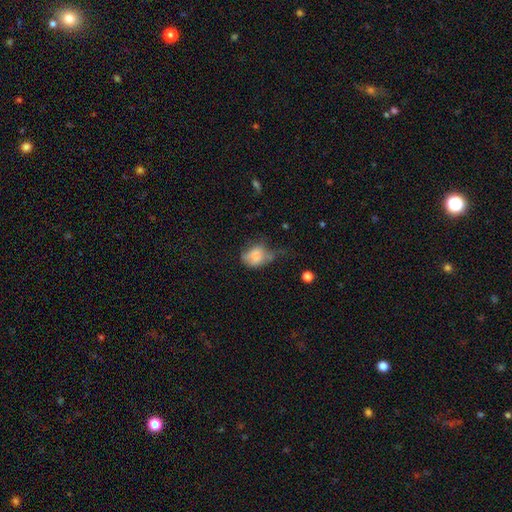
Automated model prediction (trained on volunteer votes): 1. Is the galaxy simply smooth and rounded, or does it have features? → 67% smooth, 21% featured or disk, 11% star or artifact.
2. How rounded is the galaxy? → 72% in between, 27% round, 2% cigar-shaped.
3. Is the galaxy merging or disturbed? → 37% major disturbance, 33% minor disturbance, 22% none, 8% merger.